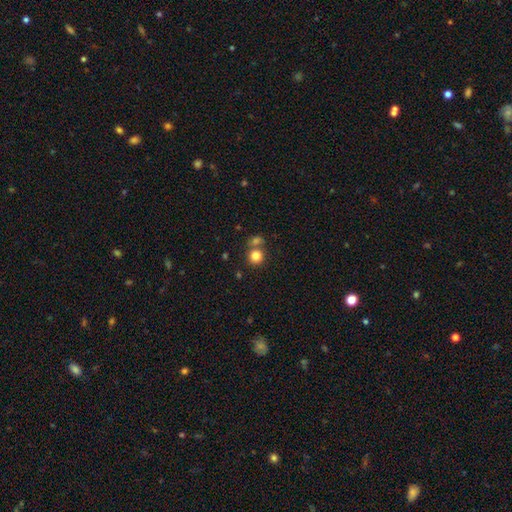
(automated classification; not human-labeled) A smooth galaxy with no disk features (82%) that is round (90%). Merging: none (62%).